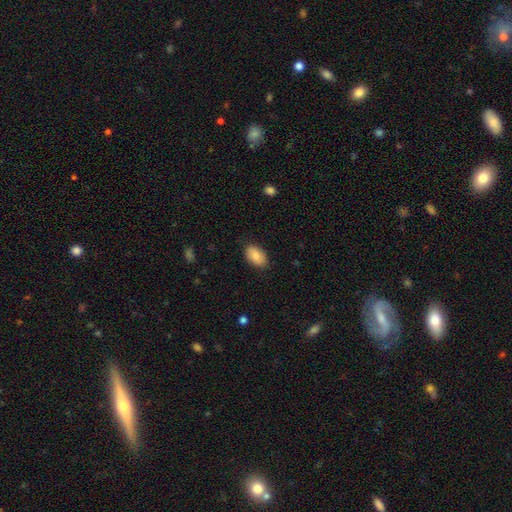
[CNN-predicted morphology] smooth_or_featured: smooth (p=0.84) [alt: featured or disk p=0.10]
how_rounded: in between (p=0.92) [alt: round p=0.07]
merging: none (p=0.86) [alt: minor disturbance p=0.11]